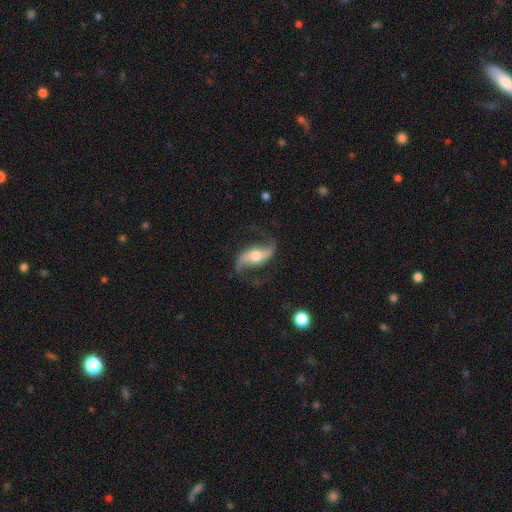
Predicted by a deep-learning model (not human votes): Smooth or featured?
  - featured or disk: 88% *
  - smooth: 7%
  - star or artifact: 5%
Edge-on disk?
  - no: 93% *
  - yes: 7%
Bar?
  - weak: 35% *
  - no: 33%
  - strong: 32%
Spiral arms?
  - yes: 96% *
  - no: 4%
Spiral winding?
  - loose: 80% *
  - medium: 16%
  - tight: 4%
Spiral arm count?
  - 2: 94% *
  - can't tell: 2%
  - 1: 2%
  - 3: 1%
  - 4: 1%
  - more than 4: 1%
Bulge size?
  - moderate: 64% *
  - small: 16%
  - large: 16%
  - none: 2%
  - dominant: 2%
Merging?
  - none: 76% *
  - minor disturbance: 14%
  - major disturbance: 9%
  - merger: 2%